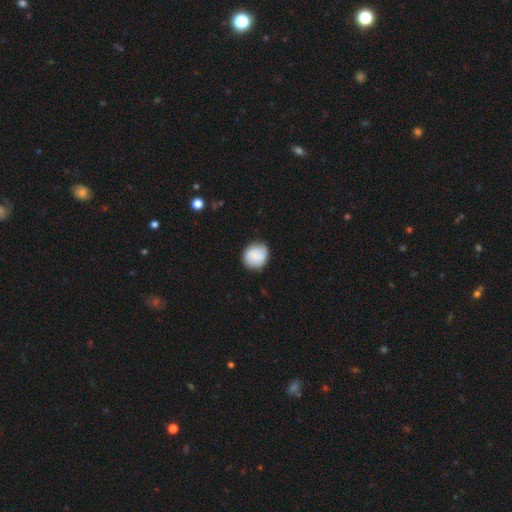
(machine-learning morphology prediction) This is likely a smooth galaxy (80%). How rounded: clearly round (83%). Merging: clearly none (85%).